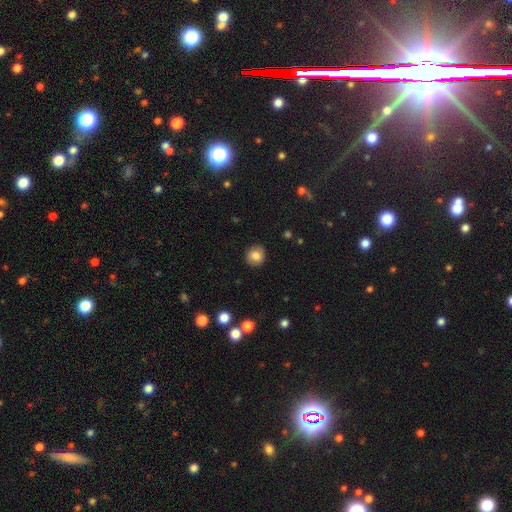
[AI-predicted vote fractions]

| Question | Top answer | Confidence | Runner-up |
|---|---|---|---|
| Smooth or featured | smooth | 82% | star or artifact (9%) |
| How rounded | round | 87% | in between (12%) |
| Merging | none | 90% | minor disturbance (7%) |